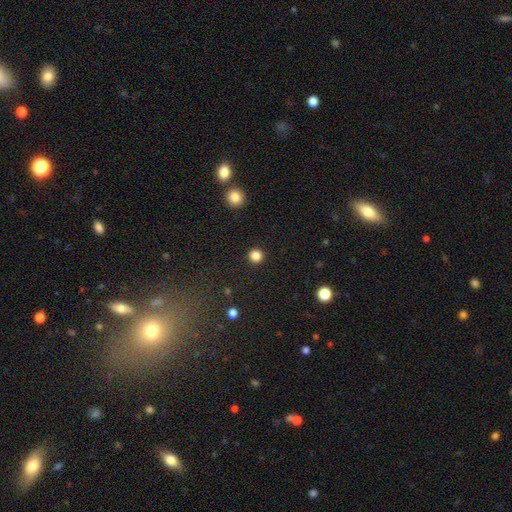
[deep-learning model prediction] A smooth galaxy with no disk features (84%) that is round (94%).

Vote fractions:
- Smooth or featured? smooth: 84% / star or artifact: 12% / featured or disk: 3%
- How rounded? round: 94% / in between: 5% / cigar-shaped: 1%
- Merging? none: 92% / minor disturbance: 5% / major disturbance: 2% / merger: 1%